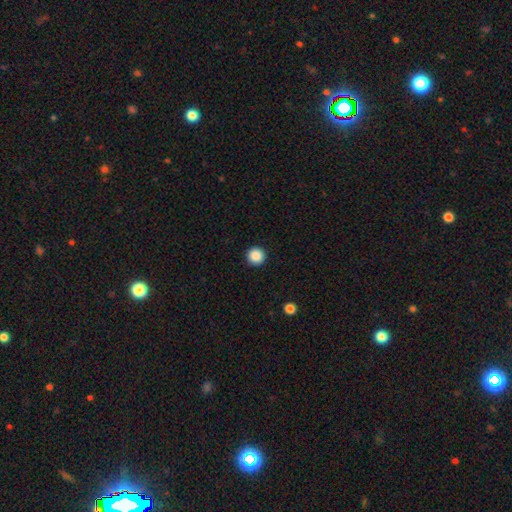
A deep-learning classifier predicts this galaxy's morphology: Smooth or featured?
  - smooth: 88% *
  - star or artifact: 10%
  - featured or disk: 3%
How rounded?
  - round: 96% *
  - in between: 3%
  - cigar-shaped: 1%
Merging?
  - none: 93% *
  - minor disturbance: 4%
  - major disturbance: 2%
  - merger: 1%